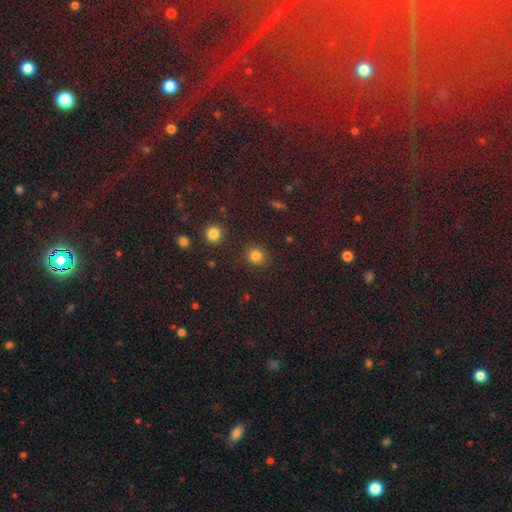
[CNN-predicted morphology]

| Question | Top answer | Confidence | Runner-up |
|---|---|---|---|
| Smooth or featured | smooth | 80% | star or artifact (15%) |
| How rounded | round | 91% | in between (8%) |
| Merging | none | 89% | minor disturbance (6%) |